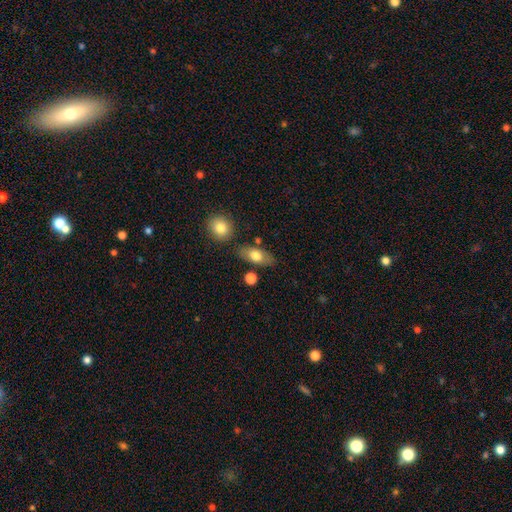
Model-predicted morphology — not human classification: Q: Smooth or featured?
A: smooth (72%); runner-up: featured or disk (21%)
Q: How rounded?
A: in between (86%); runner-up: cigar-shaped (8%)
Q: Merging?
A: none (77%); runner-up: minor disturbance (13%)